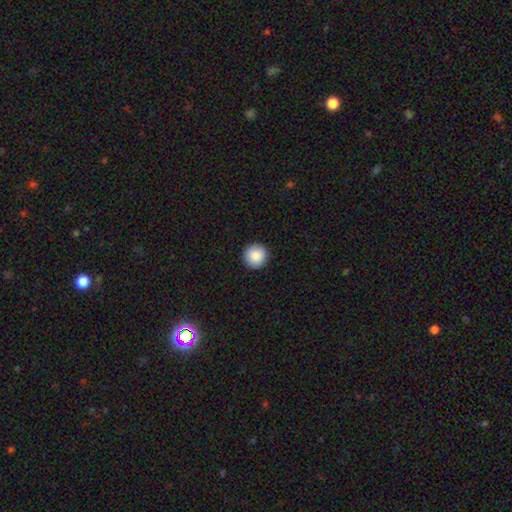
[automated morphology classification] Q: Smooth or featured?
A: smooth (88%); runner-up: star or artifact (8%)
Q: How rounded?
A: round (96%); runner-up: in between (3%)
Q: Merging?
A: none (93%); runner-up: minor disturbance (5%)